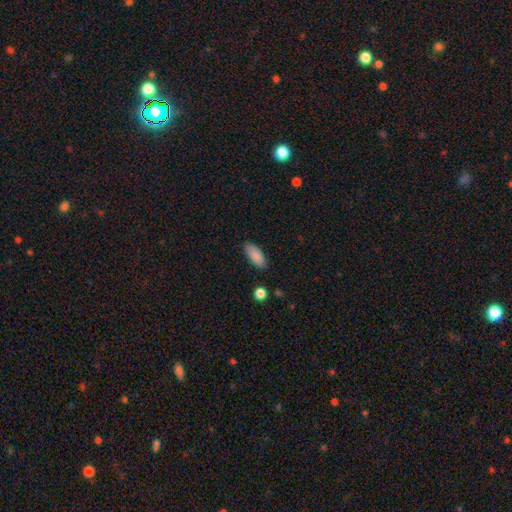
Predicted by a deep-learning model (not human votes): smooth-or-featured: smooth: 88% | star or artifact: 7% | featured or disk: 5%
  how-rounded: in between: 86% | cigar-shaped: 12% | round: 2%
  merging: none: 82% | minor disturbance: 13% | major disturbance: 3% | merger: 2%